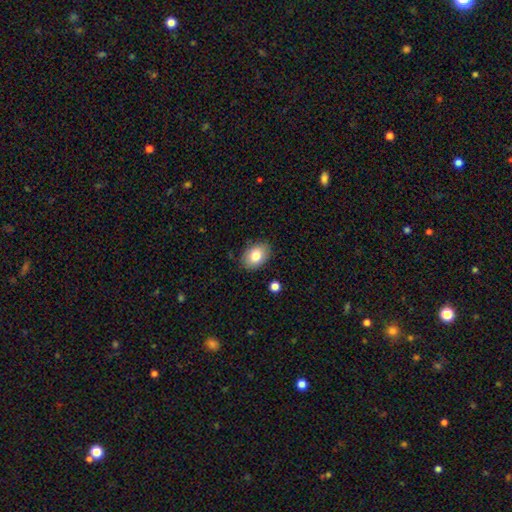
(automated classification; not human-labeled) smooth-or-featured: smooth: 80% | featured or disk: 12% | star or artifact: 8%
  how-rounded: in between: 78% | round: 21% | cigar-shaped: 1%
  merging: none: 86% | minor disturbance: 11% | major disturbance: 2% | merger: 1%